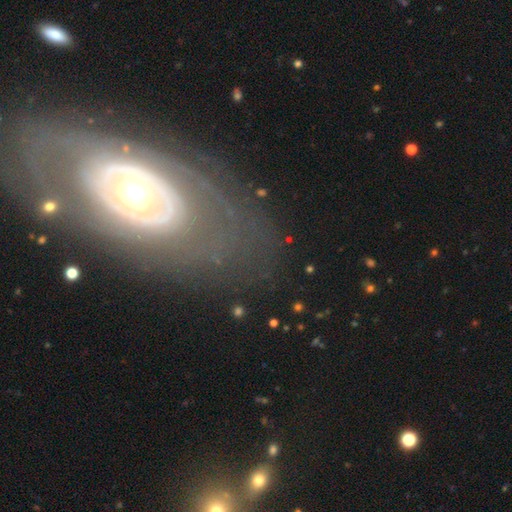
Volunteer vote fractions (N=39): Smooth or featured? 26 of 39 (67%) said featured or disk. Edge-on disk? 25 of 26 (96%) said no. Bar? 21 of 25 (84%) said no. Spiral arms? 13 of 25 (52%) said no. Bulge size? 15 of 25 (60%) said moderate. Merging? 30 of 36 (83%) said none.